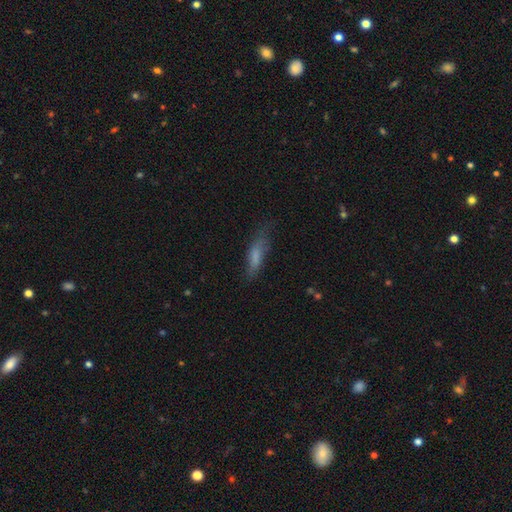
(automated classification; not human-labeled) smooth_or_featured: smooth (p=0.68) [alt: featured or disk p=0.23]
how_rounded: cigar-shaped (p=0.66) [alt: in between p=0.32]
merging: none (p=0.58) [alt: minor disturbance p=0.27]